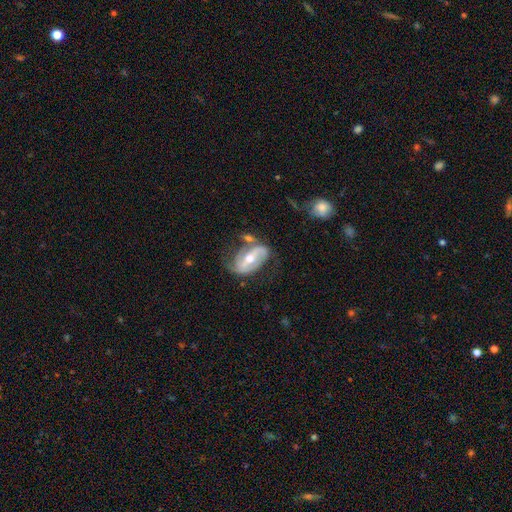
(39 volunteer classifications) A featured or disk galaxy (82%) with a strong bar (71%), 2 (82%) tight (36%) spiral arms (90%) and a moderate central bulge (81%). Merging: none (63%).